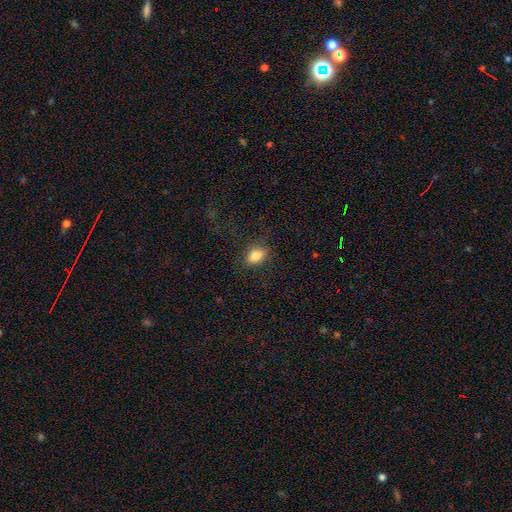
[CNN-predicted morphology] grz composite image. It shows a smooth galaxy with no disk features (83%) that is in between round and cigar-shaped (74%). Merging: none (79%).